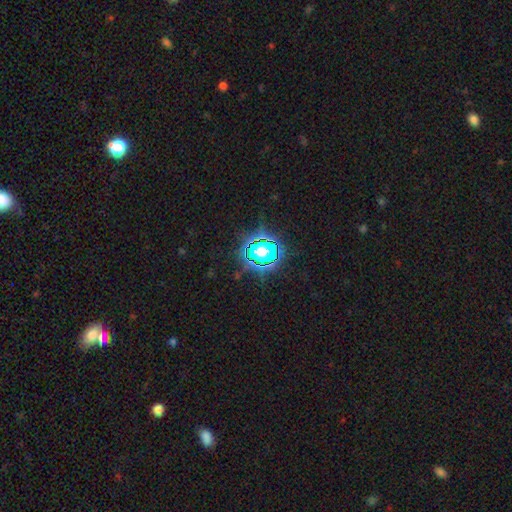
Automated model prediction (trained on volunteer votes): This is likely a star or artifact rather than a galaxy (67%).